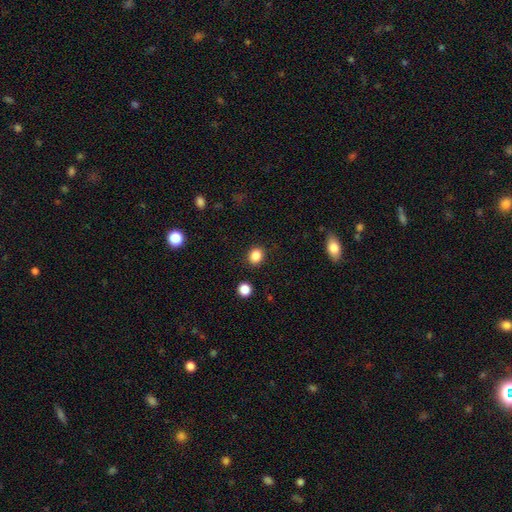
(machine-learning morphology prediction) A smooth galaxy with no disk features (85%) that is round (65%).

Vote fractions:
- Smooth or featured? smooth: 85% / star or artifact: 11% / featured or disk: 4%
- How rounded? round: 65% / in between: 34% / cigar-shaped: 1%
- Merging? none: 88% / minor disturbance: 7% / major disturbance: 2% / merger: 2%